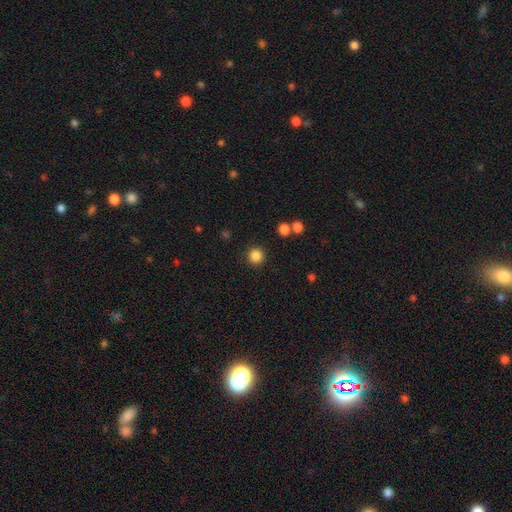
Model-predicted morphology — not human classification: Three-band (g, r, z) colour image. It shows a smooth galaxy with no disk features (85%) that is round (95%). Merging: none (90%).